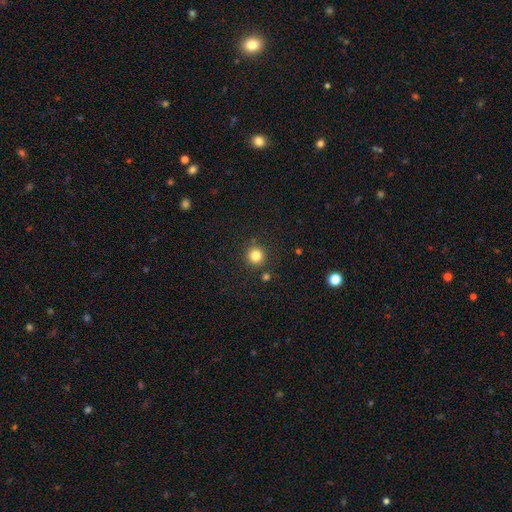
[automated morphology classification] Overall: smooth (83%). How rounded: round (95%). Merging: none (89%).